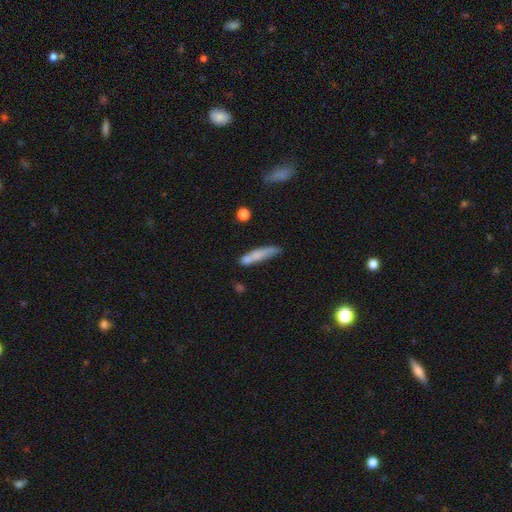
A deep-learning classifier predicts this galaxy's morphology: This appears to be a smooth galaxy with no disk features (69%) that is cigar-shaped (85%). Merging: none (57%).